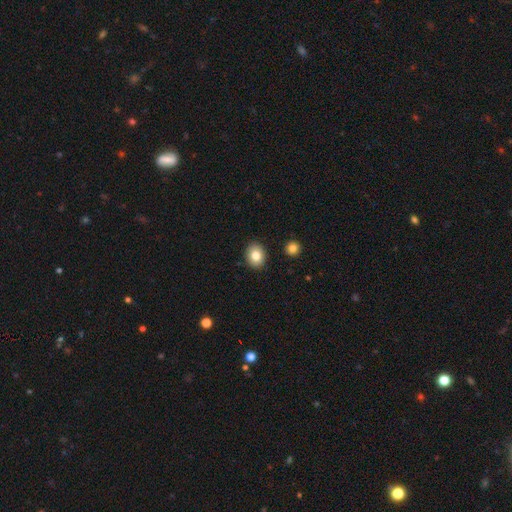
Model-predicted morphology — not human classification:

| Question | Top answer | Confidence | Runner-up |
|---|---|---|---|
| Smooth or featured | smooth | 83% | featured or disk (9%) |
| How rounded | round | 50% | in between (49%) |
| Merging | none | 89% | minor disturbance (7%) |